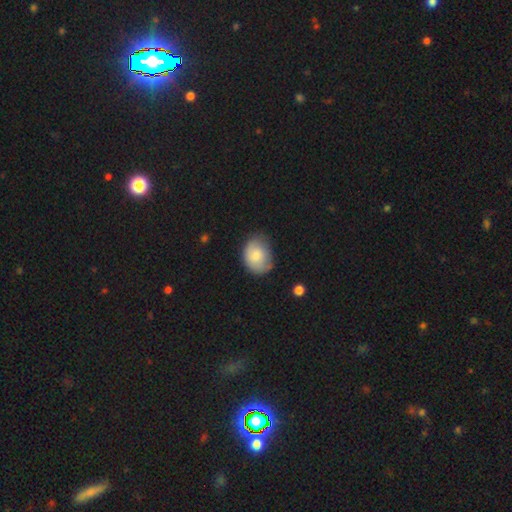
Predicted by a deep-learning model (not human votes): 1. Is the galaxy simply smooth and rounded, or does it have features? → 77% smooth, 16% featured or disk, 7% star or artifact.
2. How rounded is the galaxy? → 67% in between, 32% round, 1% cigar-shaped.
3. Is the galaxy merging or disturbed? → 58% none, 31% minor disturbance, 8% major disturbance, 2% merger.